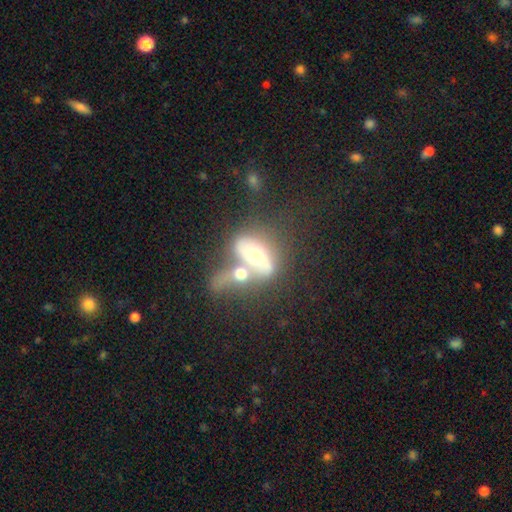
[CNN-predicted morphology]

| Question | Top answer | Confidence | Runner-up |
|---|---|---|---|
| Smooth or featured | featured or disk | 52% | smooth (38%) |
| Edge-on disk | no | 88% | yes (12%) |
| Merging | merger | 68% | none (14%) |